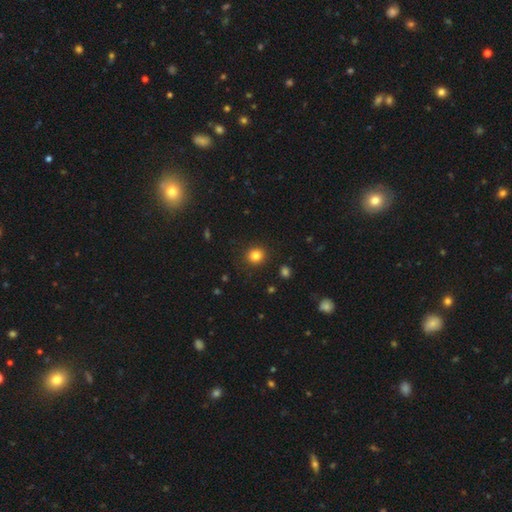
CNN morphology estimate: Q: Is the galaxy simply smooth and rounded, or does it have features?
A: smooth — 82%.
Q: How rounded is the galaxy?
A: round — 88%.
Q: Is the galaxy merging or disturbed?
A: none — 90%.